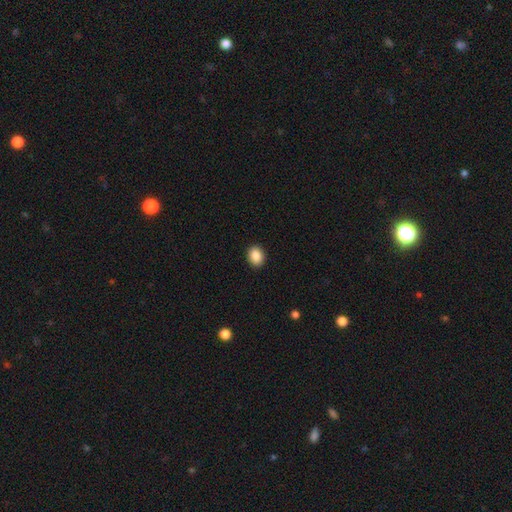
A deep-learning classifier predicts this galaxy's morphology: This is clearly a smooth galaxy (88%). How rounded: possibly round (50%). Merging: clearly none (92%).